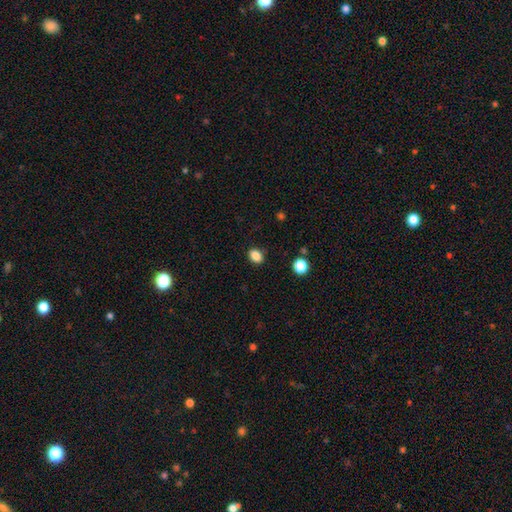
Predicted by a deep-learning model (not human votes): Smooth or featured: smooth — 86% (star or artifact — 11%)
How rounded: in between — 65% (round — 34%)
Merging: none — 85% (minor disturbance — 10%)